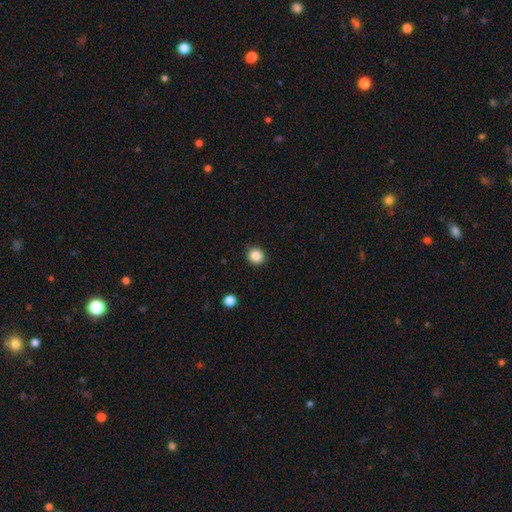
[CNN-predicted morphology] Smooth or featured?
  - smooth: 87% *
  - star or artifact: 10%
  - featured or disk: 3%
How rounded?
  - round: 86% *
  - in between: 13%
  - cigar-shaped: 1%
Merging?
  - none: 91% *
  - minor disturbance: 6%
  - major disturbance: 2%
  - merger: 1%